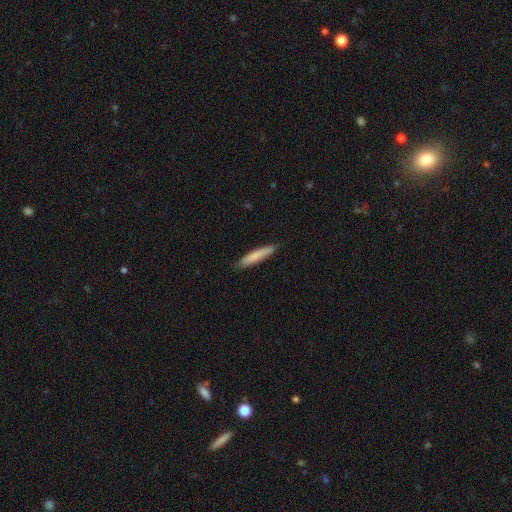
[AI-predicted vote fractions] A smooth galaxy with no disk features (80%) that is cigar-shaped (90%).

Vote fractions:
- Smooth or featured? smooth: 80% / featured or disk: 15% / star or artifact: 5%
- How rounded? cigar-shaped: 90% / in between: 9% / round: 1%
- Merging? none: 87% / minor disturbance: 10% / major disturbance: 2% / merger: 1%